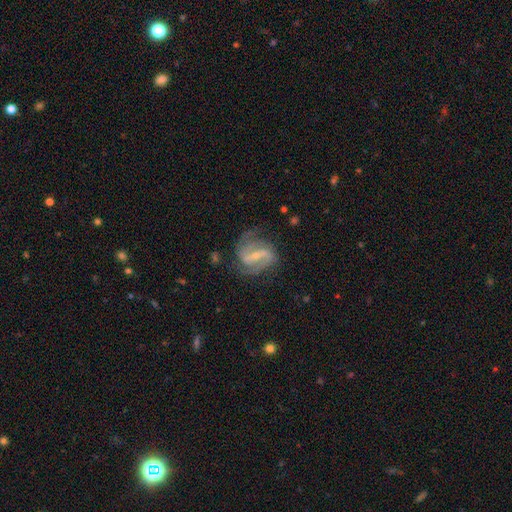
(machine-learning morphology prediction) The model was most divided on "bar": strong: 52%, weak: 38%, no: 11%. More confident: edge-on disk — no (97%); spiral arms — yes (95%); smooth or featured — featured or disk (87%); spiral arm count — 2 (77%); merging — none (67%); bulge size — small (63%); spiral winding — medium (51%).